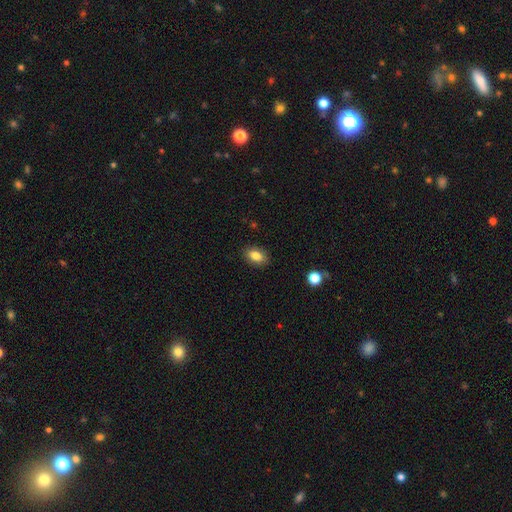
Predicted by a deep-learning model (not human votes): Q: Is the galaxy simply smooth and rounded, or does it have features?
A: smooth — 84%.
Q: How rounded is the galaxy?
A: in between — 87%.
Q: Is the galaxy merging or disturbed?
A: none — 88%.